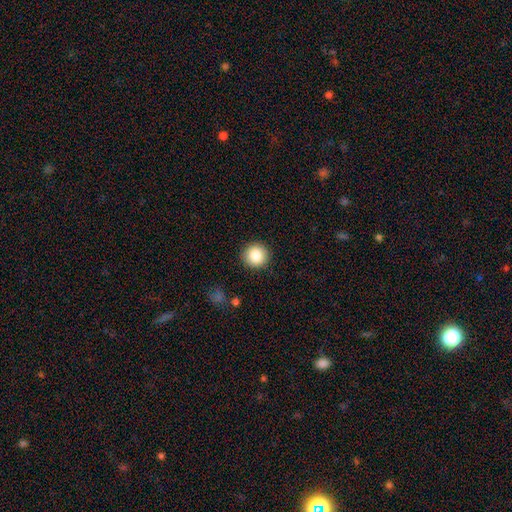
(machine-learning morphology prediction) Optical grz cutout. It shows a smooth galaxy with no disk features (85%) that is round (94%). Merging: none (91%).